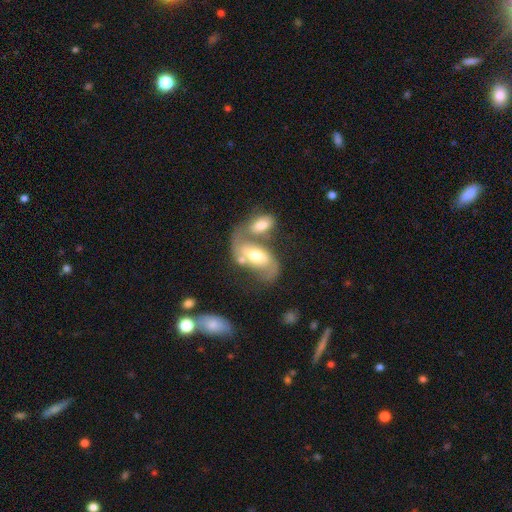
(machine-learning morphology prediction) Overall: featured or disk (70%). Edge-on disk: no (94%). Bar: no (44%; weak 35%). Spiral arms: yes (84%). Spiral arm count: 2 (86%). Spiral winding: medium (45%; loose 40%). Bulge size: moderate (66%). Merging: merger (48%; none 31%).